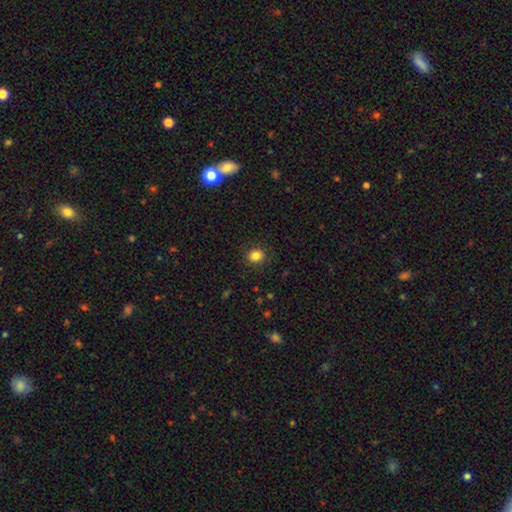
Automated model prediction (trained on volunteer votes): This is clearly a smooth galaxy (84%). How rounded: likely round (63%). Merging: clearly none (87%).